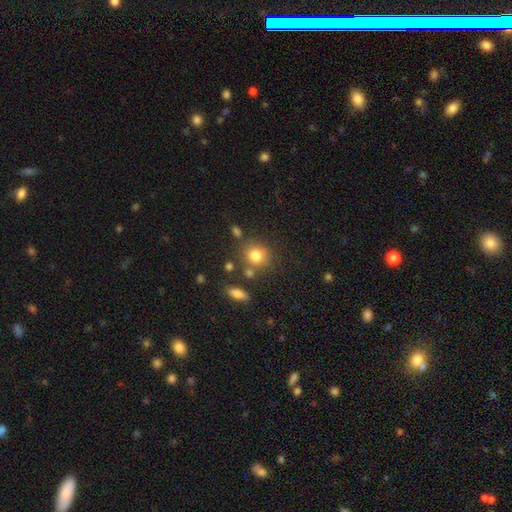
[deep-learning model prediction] This is clearly a smooth galaxy (80%). How rounded: likely round (78%). Merging: likely none (69%).